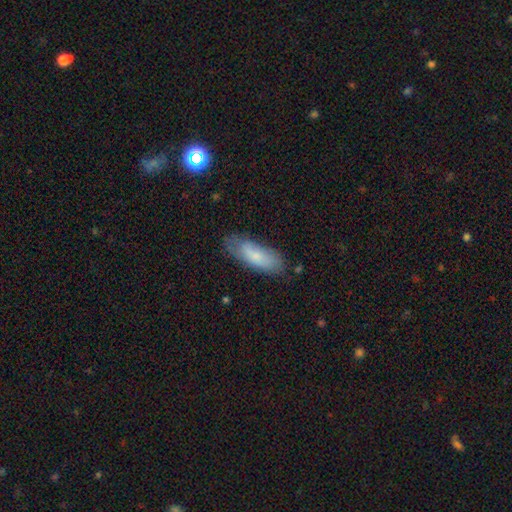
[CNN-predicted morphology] type=smooth (71%); roundness=in between (67%); merging=none (68%).